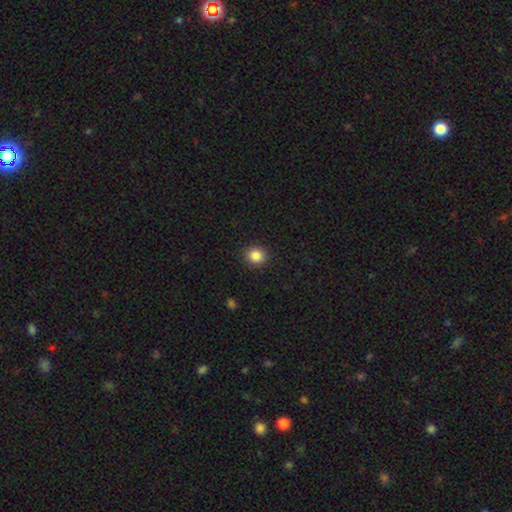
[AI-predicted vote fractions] smooth_or_featured: smooth (p=0.86) [alt: star or artifact p=0.10]
how_rounded: round (p=0.88) [alt: in between p=0.11]
merging: none (p=0.92) [alt: minor disturbance p=0.05]